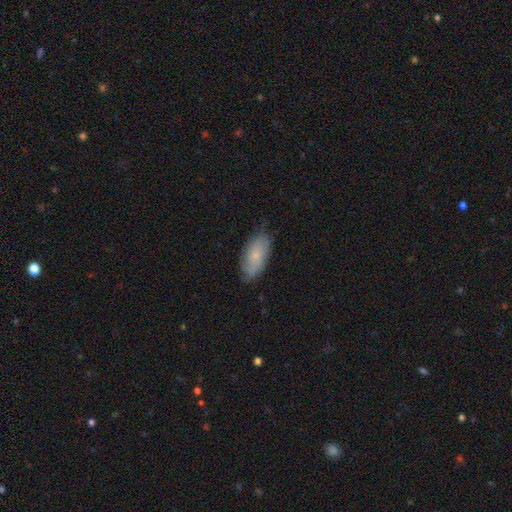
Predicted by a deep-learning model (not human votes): smooth 59%, featured or disk 33%, star or artifact 7%. Down the decision tree: how rounded — in between (90%); merging — none (73%).